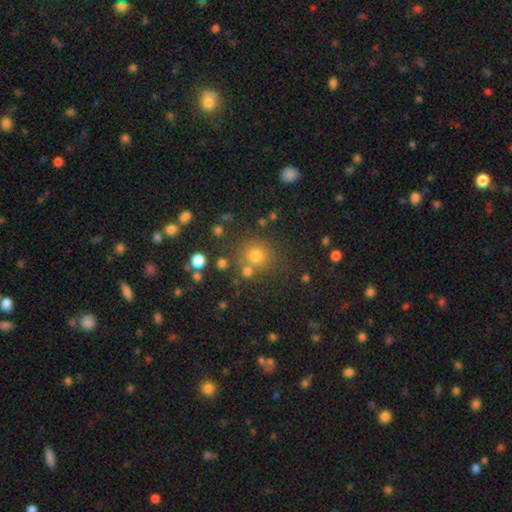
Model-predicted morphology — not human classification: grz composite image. It shows a smooth galaxy with no disk features (73%) that is round (90%). Merging: none (76%).